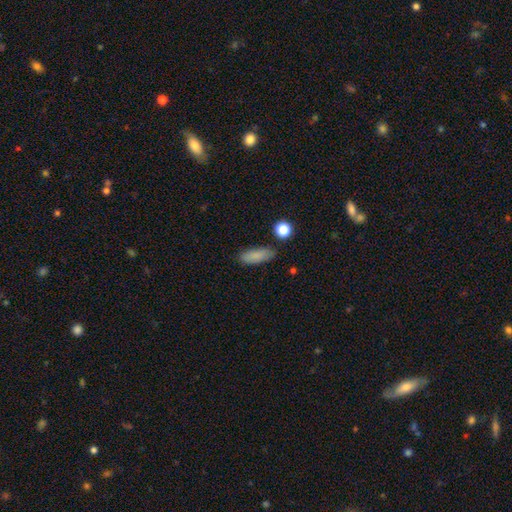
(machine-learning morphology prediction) This is clearly a smooth galaxy (83%). How rounded: likely in between (67%). Merging: clearly none (81%).